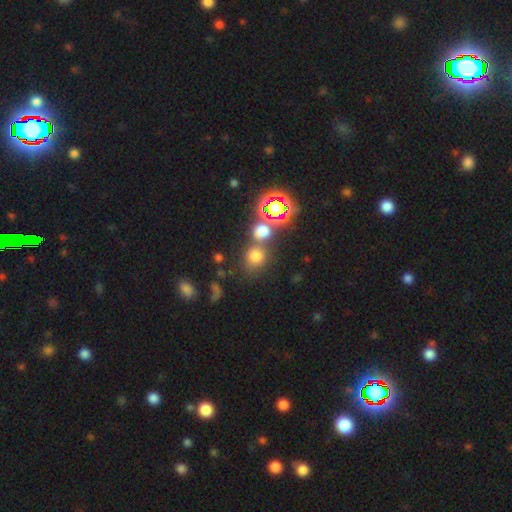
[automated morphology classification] A smooth galaxy with no disk features (68%) that is round (79%). Merging: none (56%).